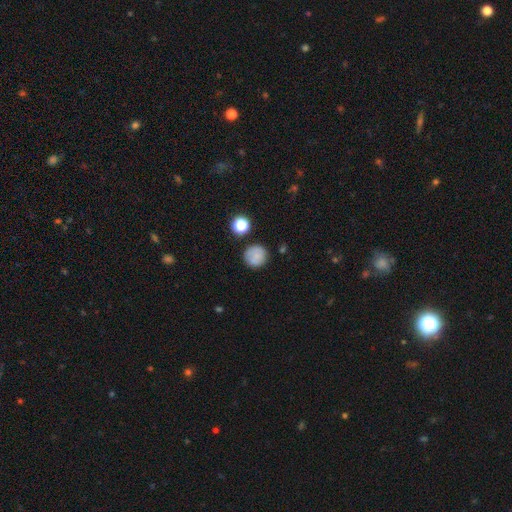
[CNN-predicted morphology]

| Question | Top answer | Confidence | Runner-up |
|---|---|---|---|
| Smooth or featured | smooth | 78% | star or artifact (11%) |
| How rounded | round | 93% | in between (6%) |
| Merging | none | 79% | minor disturbance (13%) |